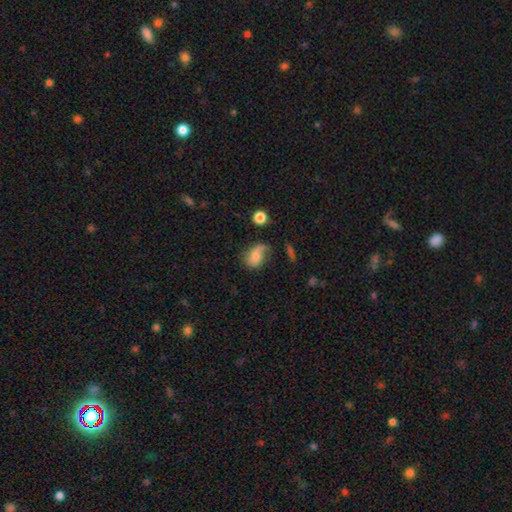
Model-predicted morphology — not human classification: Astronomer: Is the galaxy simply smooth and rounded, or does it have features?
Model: smooth — 56% (runner-up: featured or disk, 34%).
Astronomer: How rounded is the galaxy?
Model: in between — 79%.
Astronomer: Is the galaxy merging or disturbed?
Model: none — 47% (runner-up: minor disturbance, 31%).